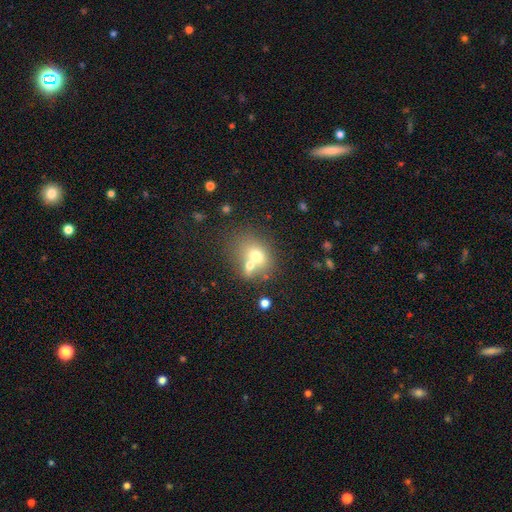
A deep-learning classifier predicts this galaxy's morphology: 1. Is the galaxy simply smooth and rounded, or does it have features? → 66% smooth, 22% featured or disk, 12% star or artifact.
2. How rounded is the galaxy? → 54% in between, 45% round, 1% cigar-shaped.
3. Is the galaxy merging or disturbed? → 52% merger, 33% none, 9% minor disturbance, 5% major disturbance.